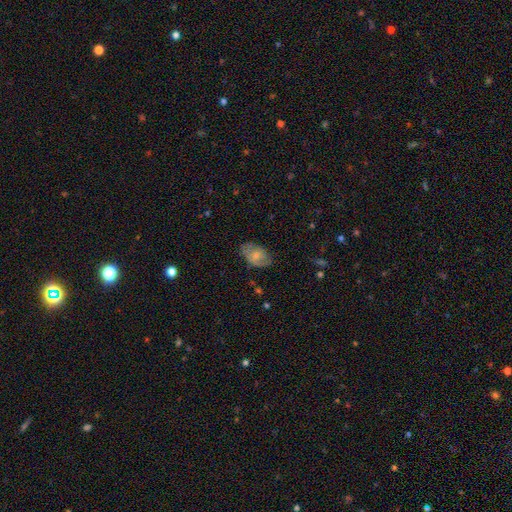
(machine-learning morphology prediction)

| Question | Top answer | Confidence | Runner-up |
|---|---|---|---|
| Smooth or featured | smooth | 60% | featured or disk (33%) |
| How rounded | in between | 90% | round (8%) |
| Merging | none | 68% | minor disturbance (23%) |